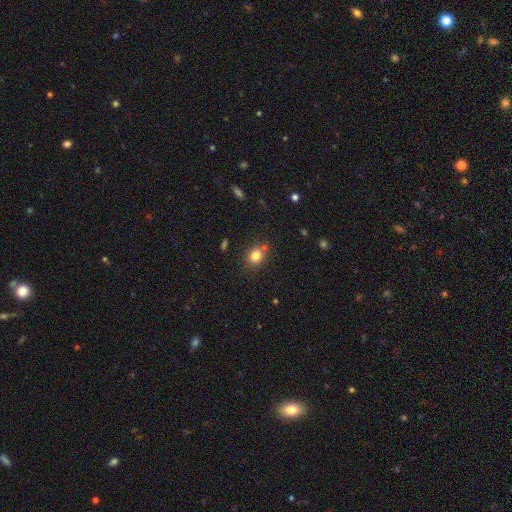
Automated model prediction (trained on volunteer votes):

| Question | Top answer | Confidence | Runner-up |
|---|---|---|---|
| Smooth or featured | smooth | 80% | star or artifact (12%) |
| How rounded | round | 70% | in between (29%) |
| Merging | none | 75% | minor disturbance (12%) |